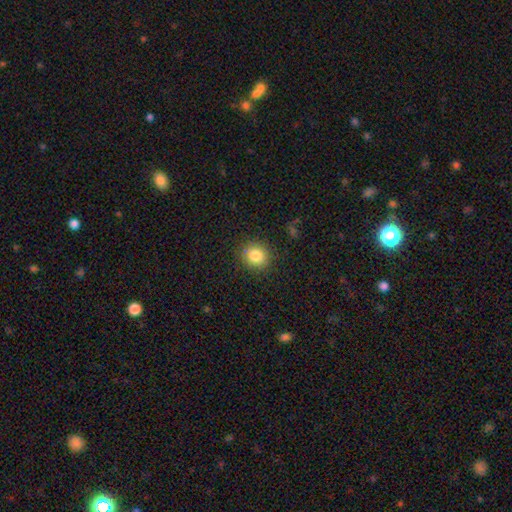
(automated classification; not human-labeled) Smooth or featured?
  - smooth: 84% *
  - star or artifact: 10%
  - featured or disk: 6%
How rounded?
  - round: 85% *
  - in between: 14%
  - cigar-shaped: 1%
Merging?
  - none: 88% *
  - minor disturbance: 8%
  - major disturbance: 3%
  - merger: 1%